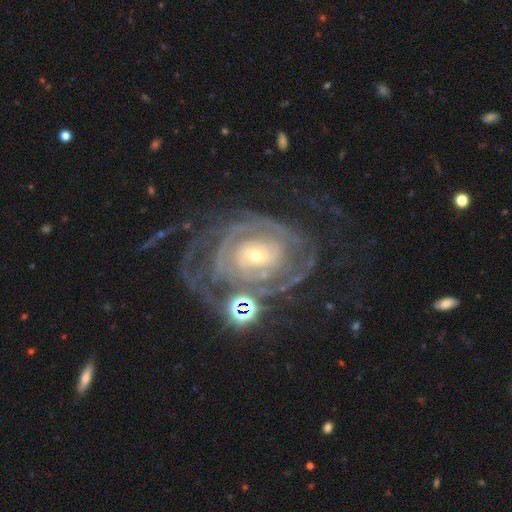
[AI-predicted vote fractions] Smooth or featured: featured or disk — 86% (star or artifact — 7%)
Edge-on disk: no — 97% (yes — 3%)
Bar: no — 63% (weak — 25%)
Spiral arms: yes — 92% (no — 8%)
Spiral winding: tight — 73% (medium — 21%)
Spiral arm count: can't tell — 39% (2 — 23%)
Bulge size: small — 73% (moderate — 22%)
Merging: none — 51% (major disturbance — 23%)